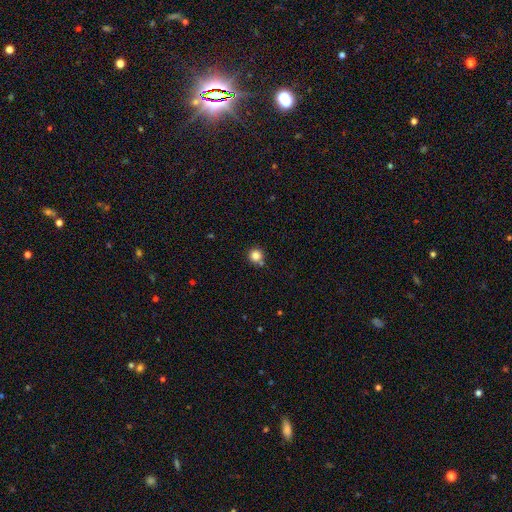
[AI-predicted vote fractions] A smooth galaxy with no disk features (83%) that is round (94%). Merging: none (77%).